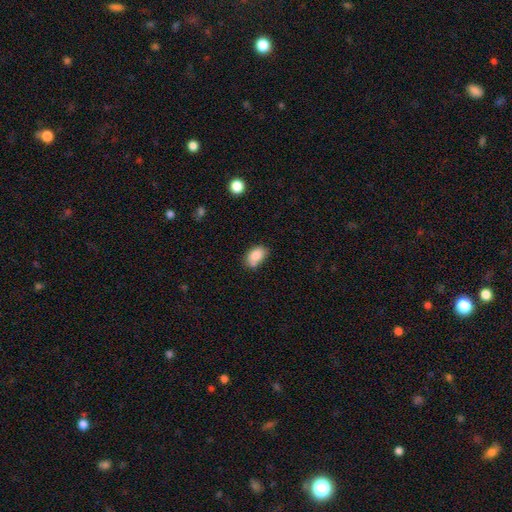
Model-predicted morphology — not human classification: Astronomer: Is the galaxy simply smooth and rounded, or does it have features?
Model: smooth — 84%.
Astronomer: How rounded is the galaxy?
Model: in between — 86%.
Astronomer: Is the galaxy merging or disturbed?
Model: none — 60%.